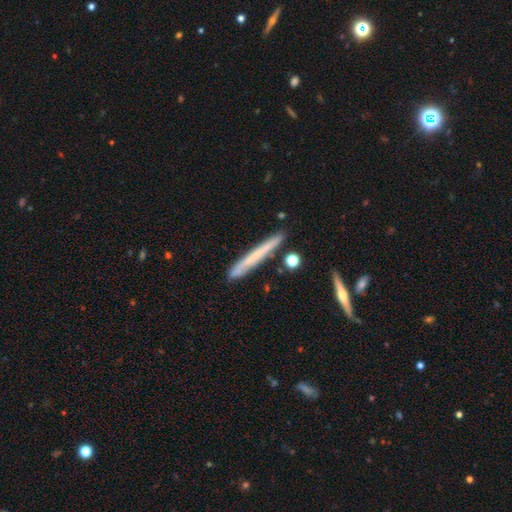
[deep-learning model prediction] A smooth galaxy with no disk features (54%) that is cigar-shaped (96%). Merging: none (84%).